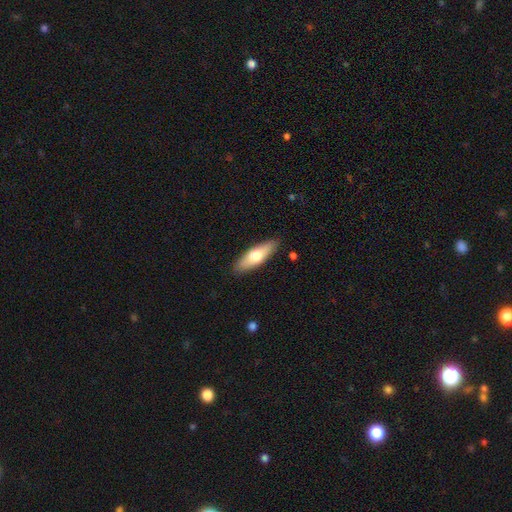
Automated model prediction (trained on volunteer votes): Smooth or featured? Predicted: smooth (p=0.60). How rounded? Predicted: in between (p=0.54). Merging? Predicted: none (p=0.88).